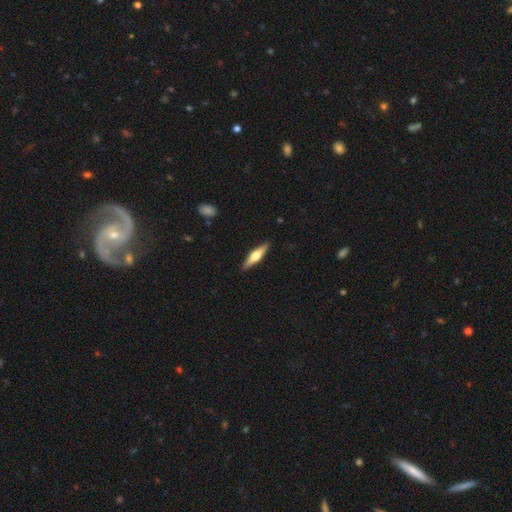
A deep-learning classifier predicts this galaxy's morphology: A featured or disk galaxy (55%) viewed edge-on (96%) with a rounded central bulge (92%). Merging: none (91%).